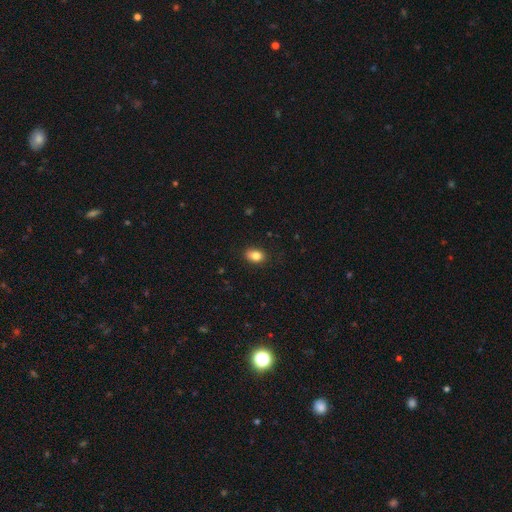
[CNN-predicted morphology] Smooth or featured: smooth — 83% (star or artifact — 9%)
How rounded: in between — 77% (round — 21%)
Merging: none — 83% (minor disturbance — 13%)